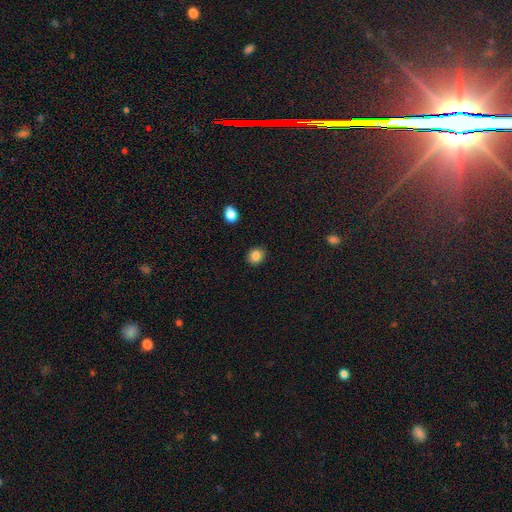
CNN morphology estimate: type=smooth (85%); roundness=round (70%); merging=none (88%).